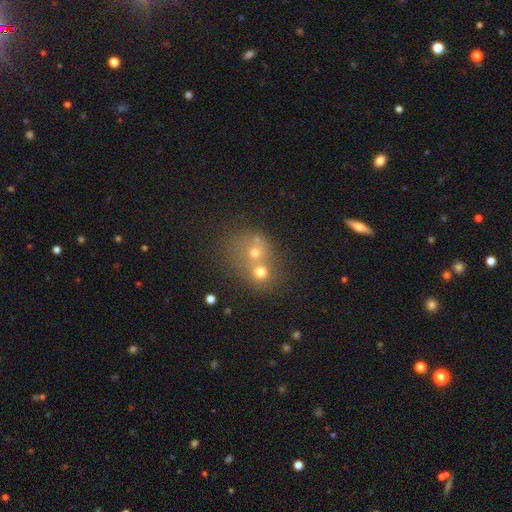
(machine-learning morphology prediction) Smooth or featured?
  - smooth: 54% *
  - featured or disk: 25%
  - star or artifact: 22%
How rounded?
  - round: 71% *
  - in between: 28%
  - cigar-shaped: 1%
Merging?
  - merger: 63% *
  - none: 28%
  - minor disturbance: 6%
  - major disturbance: 3%